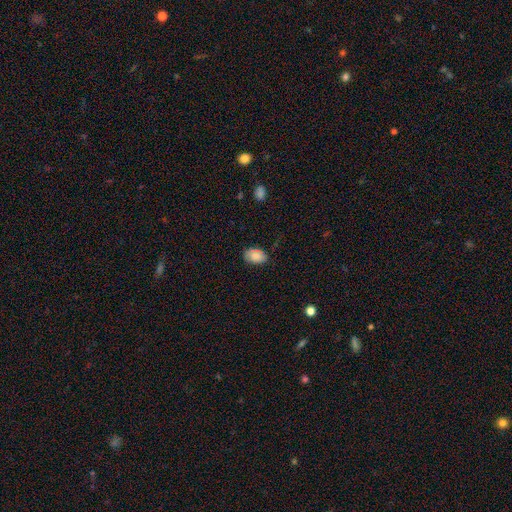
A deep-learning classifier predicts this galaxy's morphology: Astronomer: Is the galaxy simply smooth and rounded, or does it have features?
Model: smooth — 81%.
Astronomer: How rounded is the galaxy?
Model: in between — 85%.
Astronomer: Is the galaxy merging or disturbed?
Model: none — 74%.